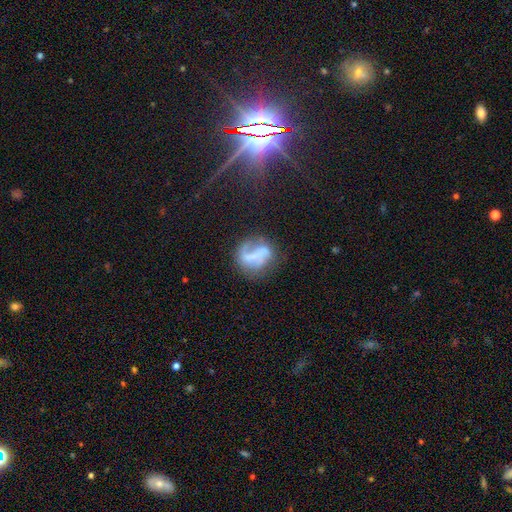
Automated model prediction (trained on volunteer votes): smooth_or_featured: featured or disk (p=0.59) [alt: smooth p=0.30]
disk_edge_on: no (p=0.97) [alt: yes p=0.03]
bar: no (p=0.36) [alt: strong p=0.35]
has_spiral_arms: yes (p=0.67) [alt: no p=0.33]
bulge_size: none (p=0.63) [alt: small p=0.18]
merging: none (p=0.49) [alt: major disturbance p=0.23]